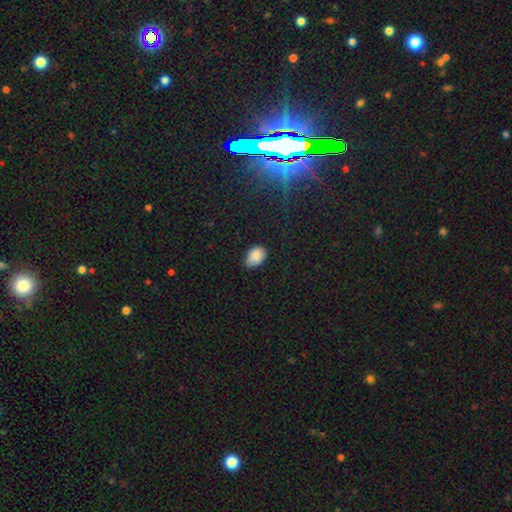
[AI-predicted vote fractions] A smooth galaxy with no disk features (87%) that is in between round and cigar-shaped (77%).

Vote fractions:
- Smooth or featured? smooth: 87% / star or artifact: 8% / featured or disk: 5%
- How rounded? in between: 77% / round: 22% / cigar-shaped: 1%
- Merging? none: 67% / minor disturbance: 28% / major disturbance: 4% / merger: 1%